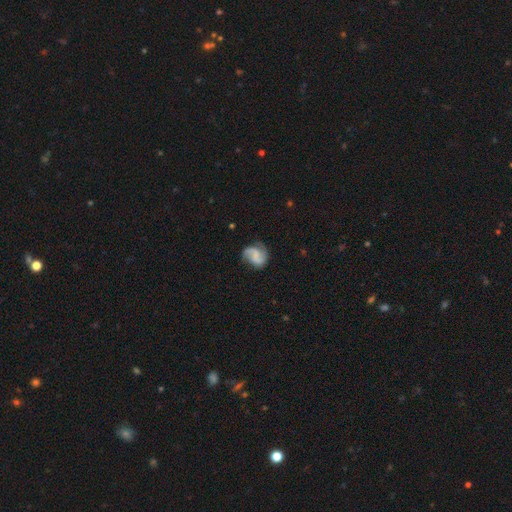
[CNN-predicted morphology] smooth_or_featured: featured or disk (p=0.71) [alt: smooth p=0.21]
disk_edge_on: no (p=0.98) [alt: yes p=0.02]
bar: no (p=0.46) [alt: weak p=0.40]
has_spiral_arms: yes (p=0.94) [alt: no p=0.06]
spiral_winding: loose (p=0.43) [alt: medium p=0.41]
spiral_arm_count: 2 (p=0.80) [alt: 1 p=0.06]
bulge_size: none (p=0.57) [alt: small p=0.25]
merging: none (p=0.67) [alt: minor disturbance p=0.20]